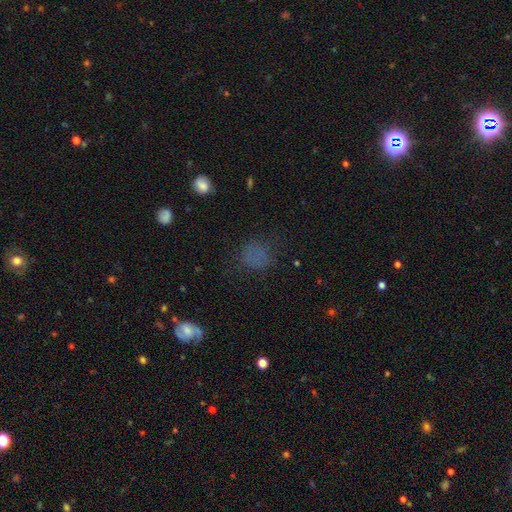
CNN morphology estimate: type=smooth (62%); roundness=round (68%); merging=none (64%).